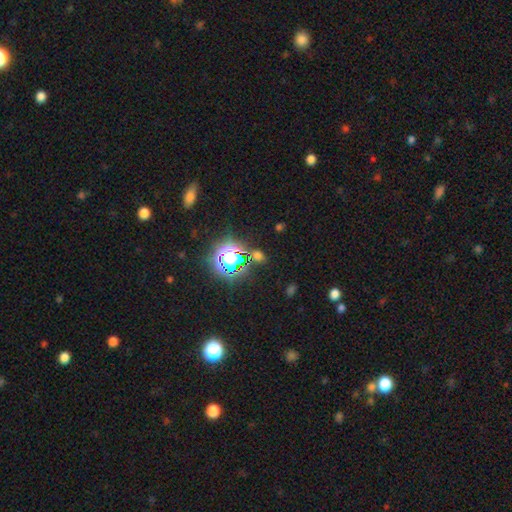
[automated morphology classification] This is likely a star or artifact rather than a galaxy (70%).